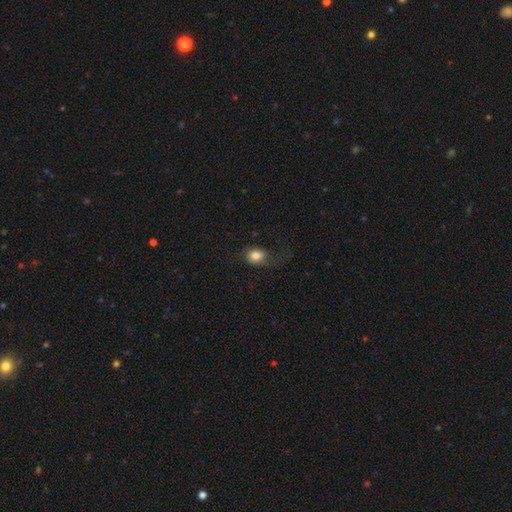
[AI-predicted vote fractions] A smooth galaxy with no disk features (78%) that is round (55%).

Vote fractions:
- Smooth or featured? smooth: 78% / featured or disk: 14% / star or artifact: 8%
- How rounded? round: 55% / in between: 44% / cigar-shaped: 1%
- Merging? none: 53% / major disturbance: 23% / minor disturbance: 22% / merger: 2%